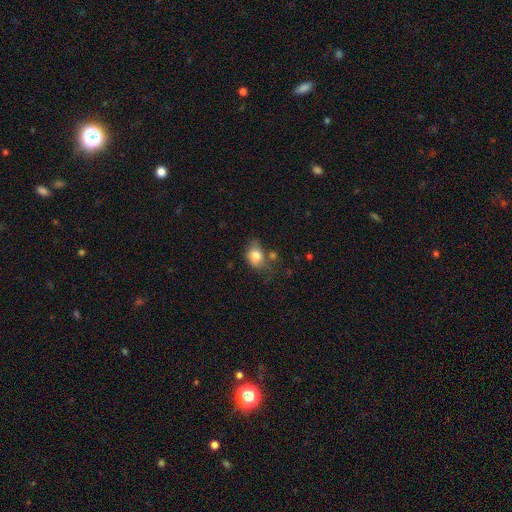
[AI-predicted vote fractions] Smooth or featured: smooth — 80% (featured or disk — 11%)
How rounded: in between — 59% (round — 39%)
Merging: none — 45% (minor disturbance — 30%)